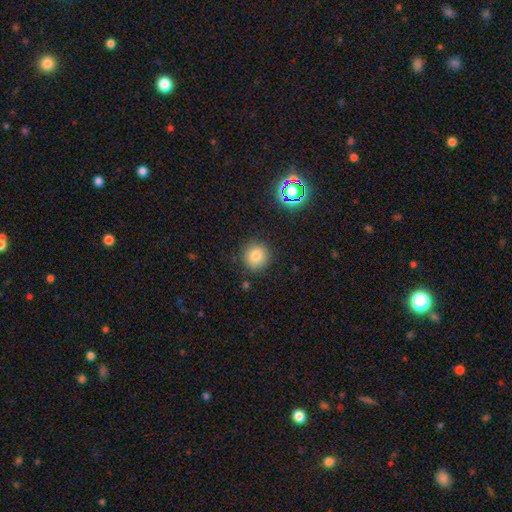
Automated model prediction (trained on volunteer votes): Smooth or featured?
  - smooth: 80% *
  - star or artifact: 13%
  - featured or disk: 6%
How rounded?
  - round: 92% *
  - in between: 7%
  - cigar-shaped: 1%
Merging?
  - none: 87% *
  - minor disturbance: 8%
  - major disturbance: 3%
  - merger: 2%